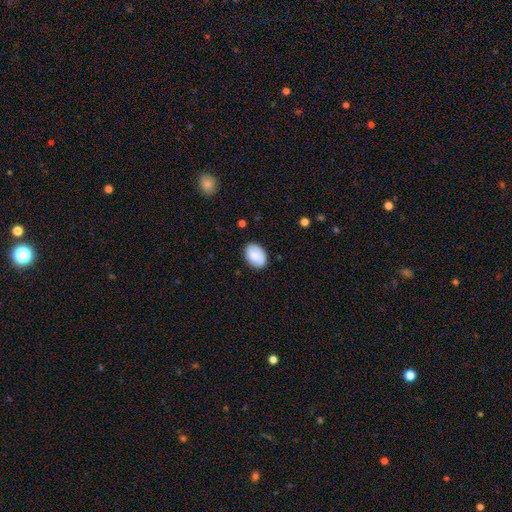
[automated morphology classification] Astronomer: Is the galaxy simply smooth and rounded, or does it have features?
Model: smooth — 84%.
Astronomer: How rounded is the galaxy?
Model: in between — 84%.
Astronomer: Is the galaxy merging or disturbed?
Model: none — 82%.